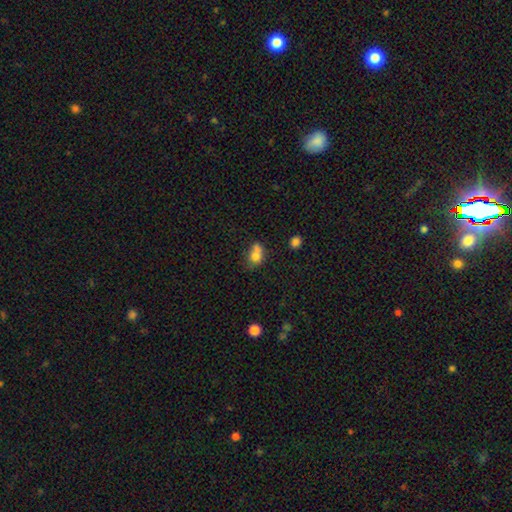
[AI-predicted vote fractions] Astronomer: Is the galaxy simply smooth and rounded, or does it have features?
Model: smooth — 74%.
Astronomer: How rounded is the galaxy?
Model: round — 50% (runner-up: in between, 48%).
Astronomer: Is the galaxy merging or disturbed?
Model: merger — 44% (runner-up: none, 30%).